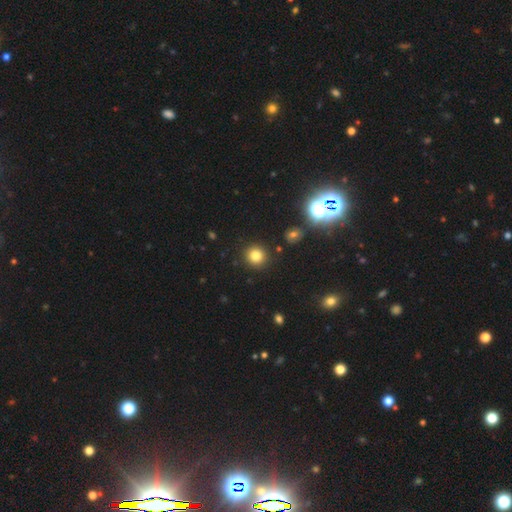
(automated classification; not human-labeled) Smooth or featured?
  - smooth: 80% *
  - star or artifact: 14%
  - featured or disk: 6%
How rounded?
  - round: 92% *
  - in between: 7%
  - cigar-shaped: 1%
Merging?
  - none: 89% *
  - minor disturbance: 6%
  - major disturbance: 3%
  - merger: 2%